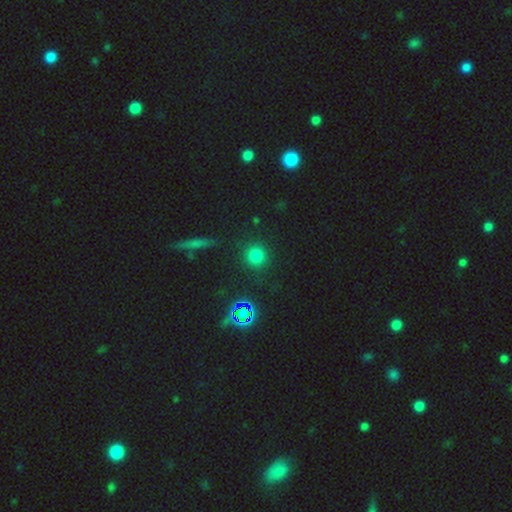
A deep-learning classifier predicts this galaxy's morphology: Smooth or featured?
  - smooth: 71% *
  - star or artifact: 22%
  - featured or disk: 7%
How rounded?
  - round: 92% *
  - in between: 6%
  - cigar-shaped: 2%
Merging?
  - none: 87% *
  - minor disturbance: 7%
  - major disturbance: 3%
  - merger: 3%